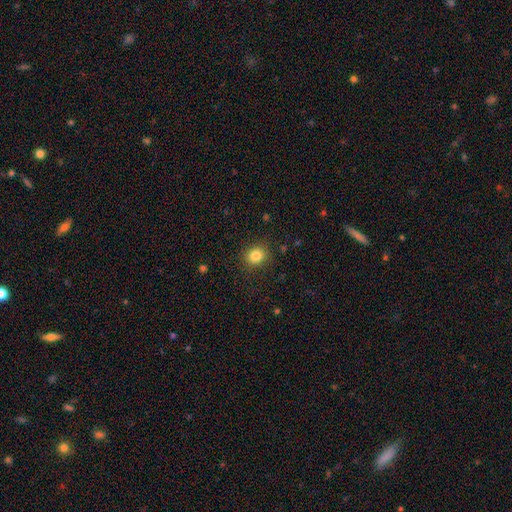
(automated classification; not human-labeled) The model was most divided on "how rounded": round: 77%, in between: 22%, cigar-shaped: 1%. More confident: merging — none (88%); smooth or featured — smooth (83%).